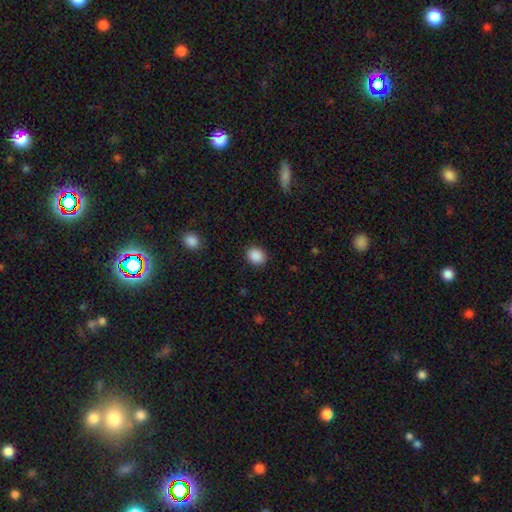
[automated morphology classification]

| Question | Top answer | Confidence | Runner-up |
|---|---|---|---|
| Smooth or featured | smooth | 89% | star or artifact (9%) |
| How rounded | round | 54% | in between (45%) |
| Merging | none | 88% | minor disturbance (9%) |